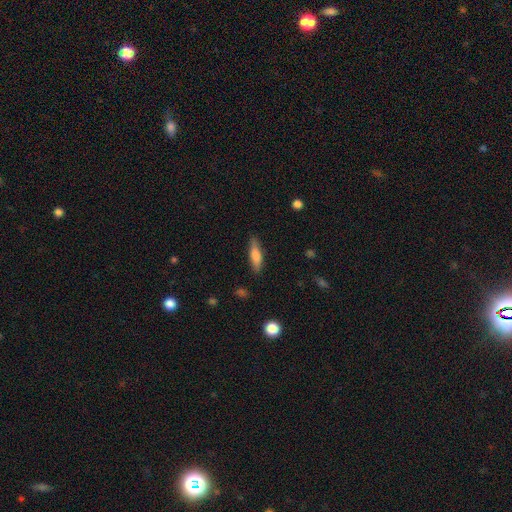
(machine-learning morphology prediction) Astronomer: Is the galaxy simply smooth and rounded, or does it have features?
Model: smooth — 74%.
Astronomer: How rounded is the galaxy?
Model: cigar-shaped — 61% (runner-up: in between, 37%).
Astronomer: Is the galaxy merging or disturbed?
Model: none — 80%.